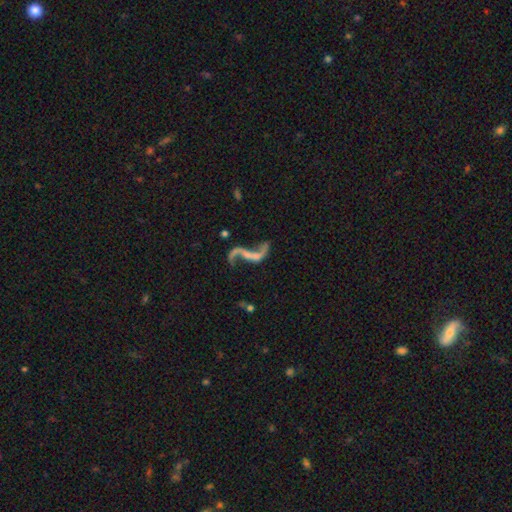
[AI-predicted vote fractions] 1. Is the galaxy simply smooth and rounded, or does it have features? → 84% featured or disk, 8% star or artifact, 8% smooth.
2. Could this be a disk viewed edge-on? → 95% no, 5% yes.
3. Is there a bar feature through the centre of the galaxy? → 46% no, 32% weak, 22% strong.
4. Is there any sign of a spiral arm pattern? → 88% yes, 12% no.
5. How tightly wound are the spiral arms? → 94% loose, 4% medium, 2% tight.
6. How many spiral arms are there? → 89% 2, 6% 1, 2% can't tell, 1% 3, 1% 4, 1% more than 4.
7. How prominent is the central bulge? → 52% none, 34% small, 11% moderate, 2% large, 1% dominant.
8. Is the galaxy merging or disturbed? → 50% none, 23% major disturbance, 16% minor disturbance, 11% merger.